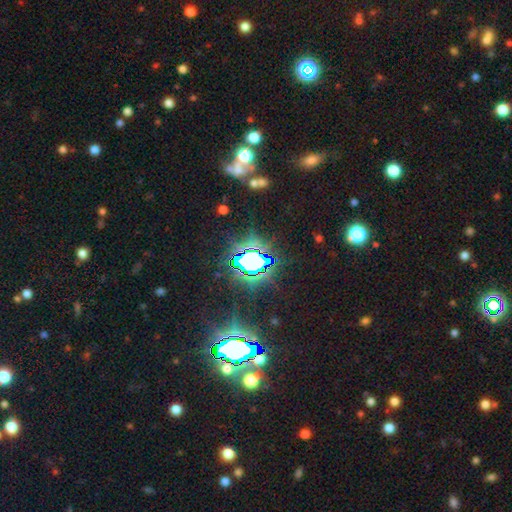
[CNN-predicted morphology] star or artifact 78%, smooth 13%, featured or disk 9%.